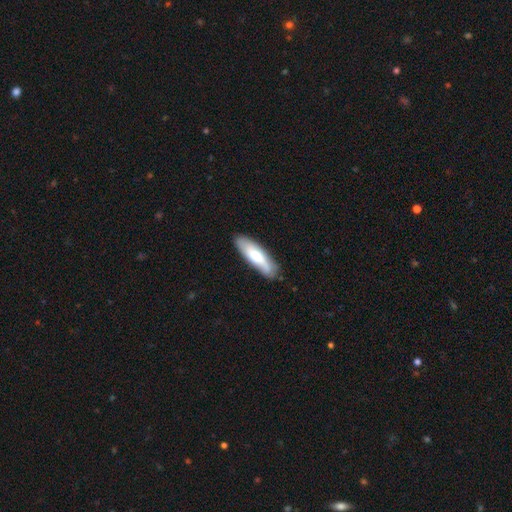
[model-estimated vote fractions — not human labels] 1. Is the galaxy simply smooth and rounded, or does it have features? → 63% smooth, 32% featured or disk, 5% star or artifact.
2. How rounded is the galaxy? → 57% cigar-shaped, 42% in between, 2% round.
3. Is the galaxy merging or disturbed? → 80% none, 15% minor disturbance, 3% major disturbance, 2% merger.